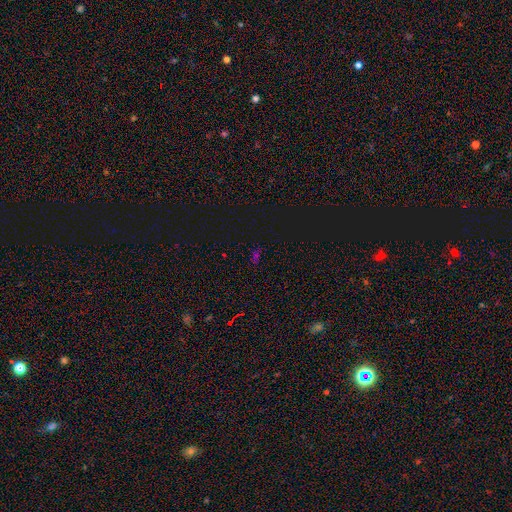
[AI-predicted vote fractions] Smooth or featured: star or artifact — 60% (smooth — 32%)